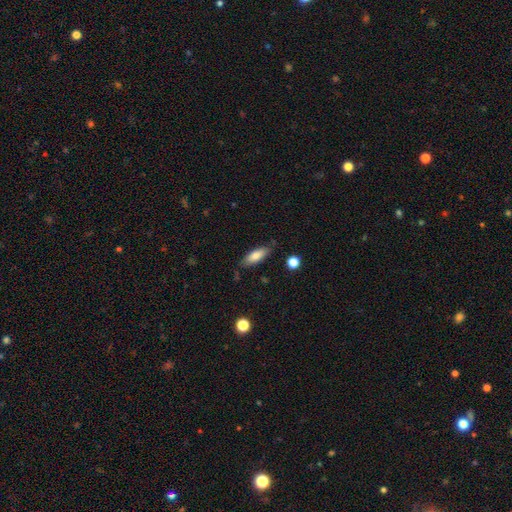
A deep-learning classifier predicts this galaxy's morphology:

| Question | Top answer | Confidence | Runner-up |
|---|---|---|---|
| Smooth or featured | smooth | 77% | featured or disk (16%) |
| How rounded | in between | 62% | cigar-shaped (36%) |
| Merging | none | 79% | minor disturbance (15%) |